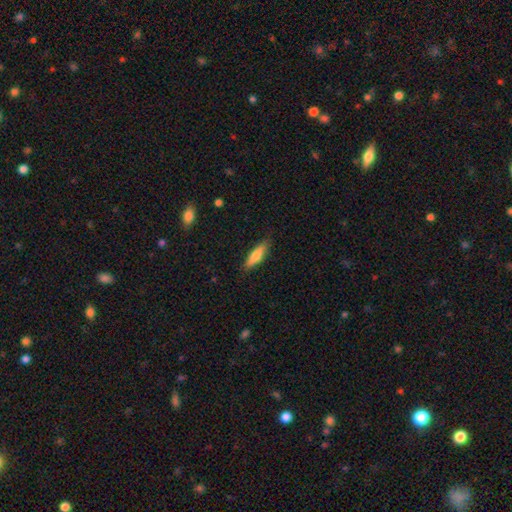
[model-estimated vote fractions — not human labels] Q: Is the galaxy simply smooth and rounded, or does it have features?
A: smooth — 78%.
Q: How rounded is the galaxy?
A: cigar-shaped — 70%.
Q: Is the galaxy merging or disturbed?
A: none — 86%.